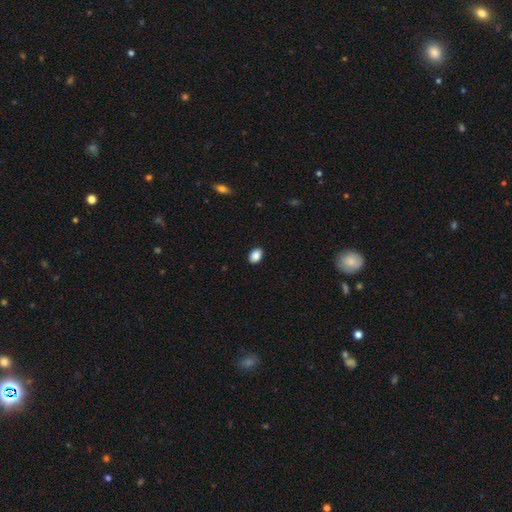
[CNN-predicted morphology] A smooth galaxy with no disk features (89%) that is in between round and cigar-shaped (78%). Merging: none (90%).